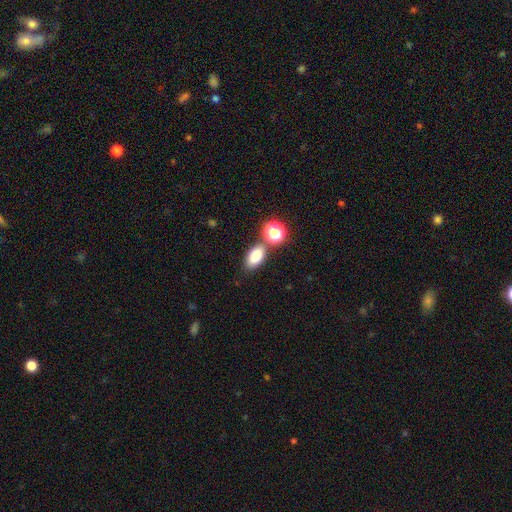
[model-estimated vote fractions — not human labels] This is clearly a smooth galaxy (81%). How rounded: clearly in between (86%). Merging: likely none (70%).